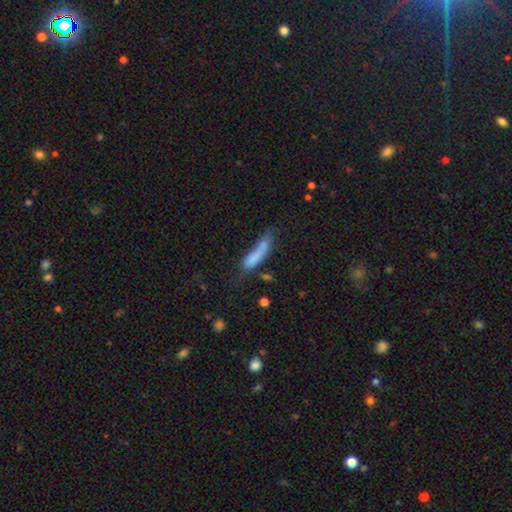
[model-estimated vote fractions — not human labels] smooth-or-featured: smooth: 73% | featured or disk: 18% | star or artifact: 9%
  how-rounded: cigar-shaped: 73% | in between: 25% | round: 2%
  merging: none: 37% | minor disturbance: 26% | major disturbance: 22% | merger: 14%